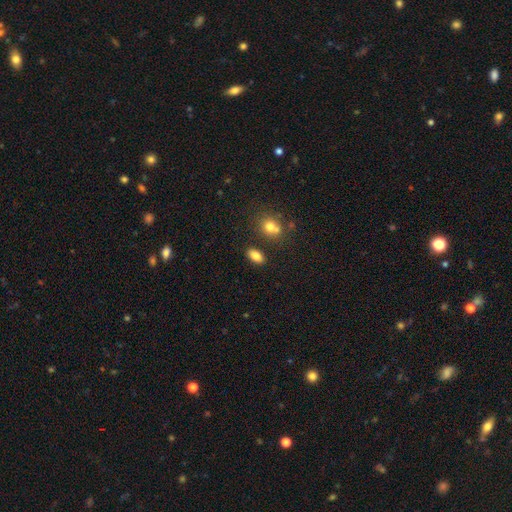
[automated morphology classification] A smooth galaxy with no disk features (83%) that is in between round and cigar-shaped (89%).

Vote fractions:
- Smooth or featured? smooth: 83% / star or artifact: 10% / featured or disk: 7%
- How rounded? in between: 89% / round: 7% / cigar-shaped: 4%
- Merging? none: 81% / minor disturbance: 10% / merger: 7% / major disturbance: 3%